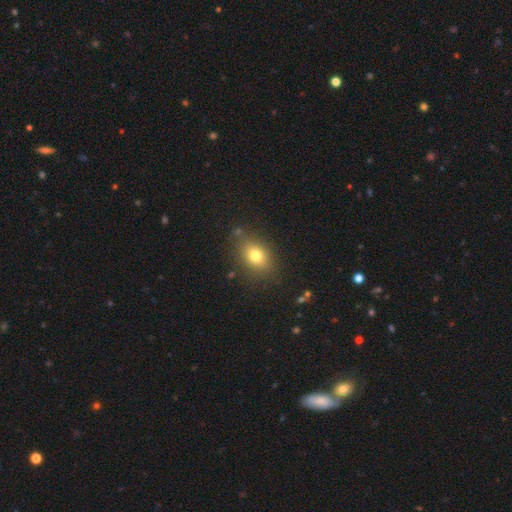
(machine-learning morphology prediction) This is likely a smooth galaxy (76%). How rounded: likely in between (66%). Merging: likely none (80%).